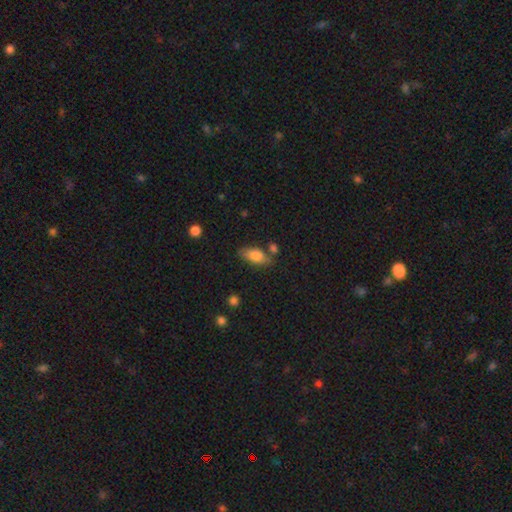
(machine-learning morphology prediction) smooth 80%, featured or disk 12%, star or artifact 7%. Down the decision tree: how rounded — in between (86%); merging — none (62%).